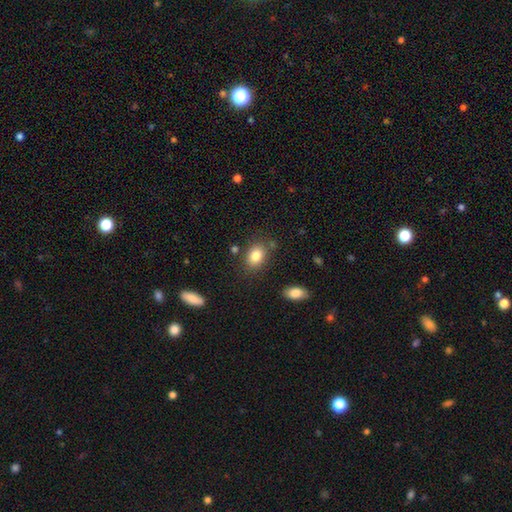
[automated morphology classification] A smooth galaxy with no disk features (83%) that is in between round and cigar-shaped (72%). Merging: none (77%).